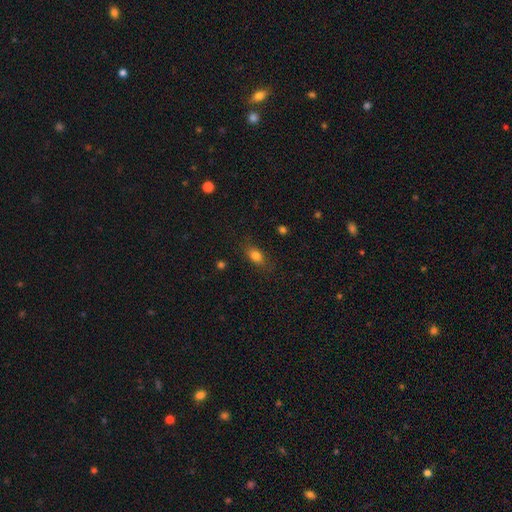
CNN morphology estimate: smooth_or_featured: smooth (p=0.80) [alt: star or artifact p=0.10]
how_rounded: in between (p=0.80) [alt: round p=0.14]
merging: none (p=0.80) [alt: minor disturbance p=0.15]